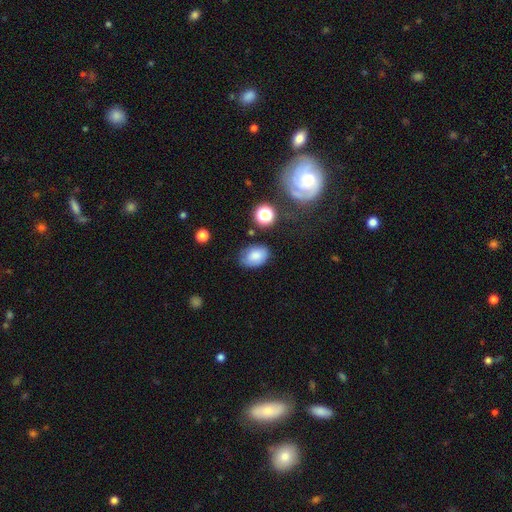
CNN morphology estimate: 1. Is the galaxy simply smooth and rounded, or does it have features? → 80% smooth, 11% featured or disk, 10% star or artifact.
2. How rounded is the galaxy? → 83% in between, 16% round, 1% cigar-shaped.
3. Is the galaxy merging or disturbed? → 68% none, 23% minor disturbance, 6% major disturbance, 3% merger.